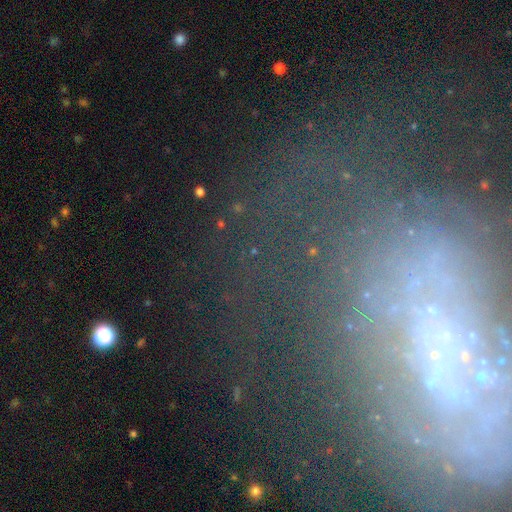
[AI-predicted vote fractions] A star or artifact, not a galaxy (48%).

Vote fractions:
- Smooth or featured? star or artifact: 48% / featured or disk: 33% / smooth: 20%